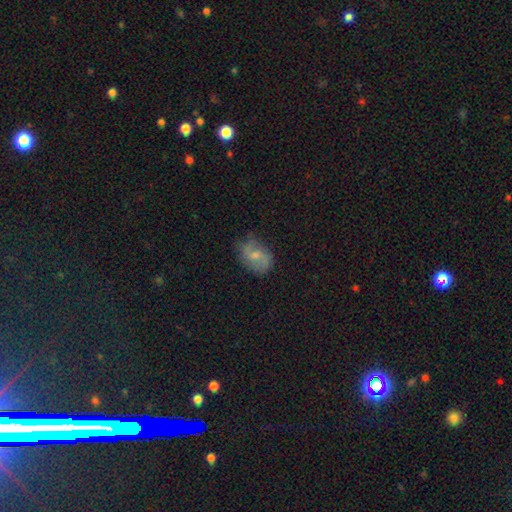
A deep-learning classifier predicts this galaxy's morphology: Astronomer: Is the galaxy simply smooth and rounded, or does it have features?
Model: featured or disk — 47% (runner-up: smooth, 44%).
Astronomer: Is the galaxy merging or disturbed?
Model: none — 65%.